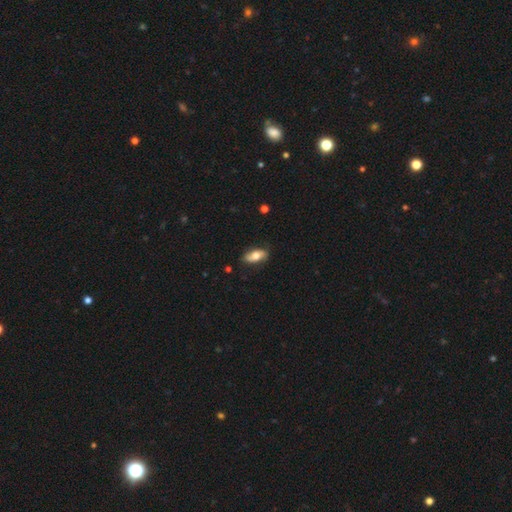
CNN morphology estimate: This is likely a smooth galaxy (67%). How rounded: clearly in between (87%). Merging: likely none (80%).